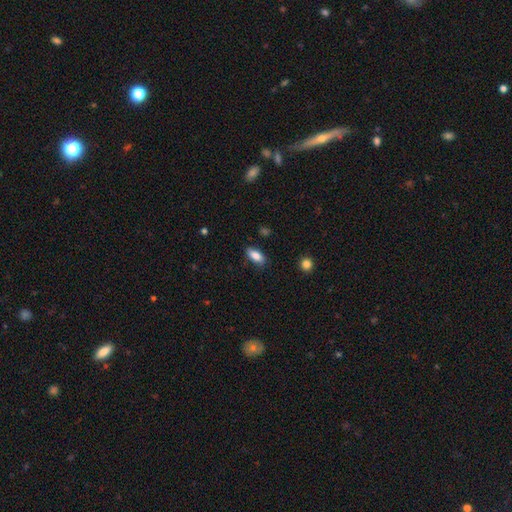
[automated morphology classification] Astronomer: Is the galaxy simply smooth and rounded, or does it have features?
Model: smooth — 86%.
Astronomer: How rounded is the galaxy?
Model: in between — 87%.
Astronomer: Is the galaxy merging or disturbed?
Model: none — 80%.